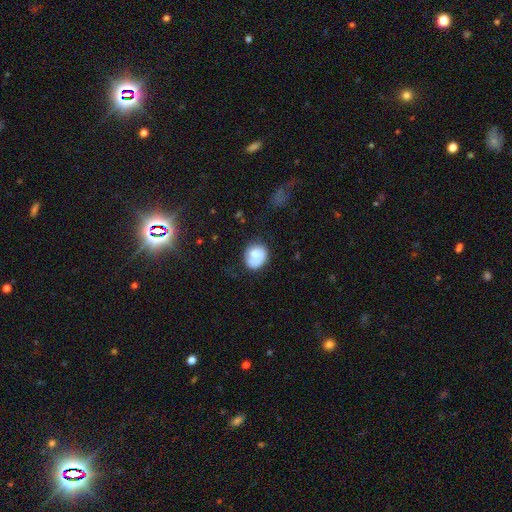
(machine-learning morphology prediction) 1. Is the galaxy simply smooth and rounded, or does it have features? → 72% smooth, 20% featured or disk, 8% star or artifact.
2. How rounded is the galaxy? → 69% round, 30% in between, 1% cigar-shaped.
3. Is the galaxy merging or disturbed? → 59% none, 26% minor disturbance, 9% major disturbance, 5% merger.